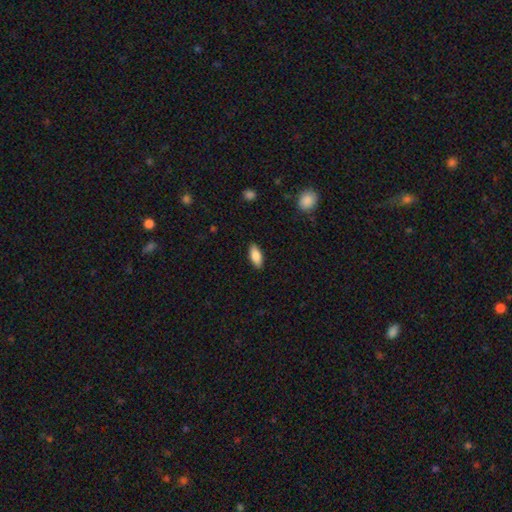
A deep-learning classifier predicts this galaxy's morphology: The model was most divided on "how rounded": in between: 84%, cigar-shaped: 14%, round: 2%. More confident: merging — none (88%); smooth or featured — smooth (85%).